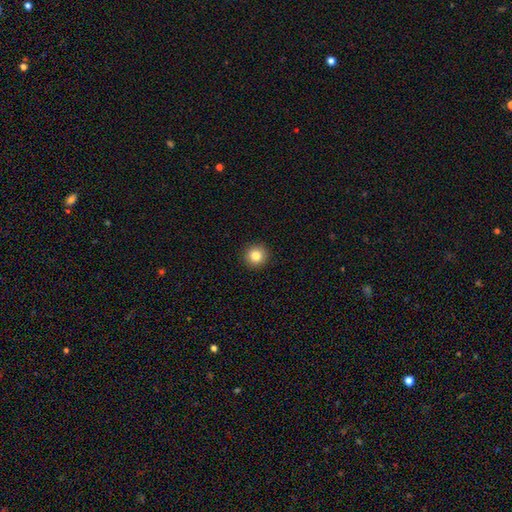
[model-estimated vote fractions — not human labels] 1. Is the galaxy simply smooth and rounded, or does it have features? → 83% smooth, 11% star or artifact, 6% featured or disk.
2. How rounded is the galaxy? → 94% round, 5% in between, 1% cigar-shaped.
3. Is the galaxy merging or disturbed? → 93% none, 4% minor disturbance, 1% major disturbance, 1% merger.